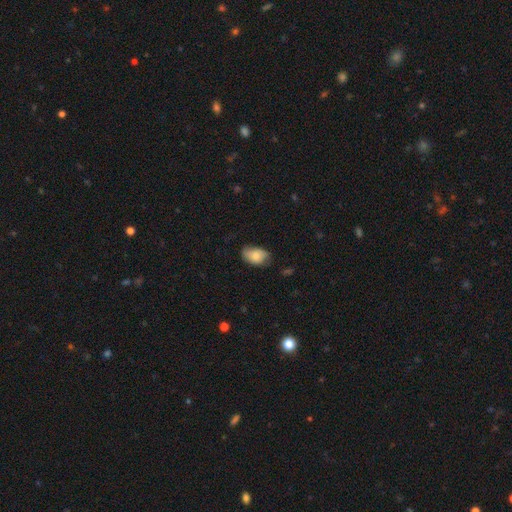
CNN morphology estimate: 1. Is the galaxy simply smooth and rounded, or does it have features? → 75% smooth, 17% featured or disk, 7% star or artifact.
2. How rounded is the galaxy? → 86% in between, 12% round, 1% cigar-shaped.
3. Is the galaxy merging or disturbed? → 60% none, 31% minor disturbance, 8% major disturbance, 1% merger.